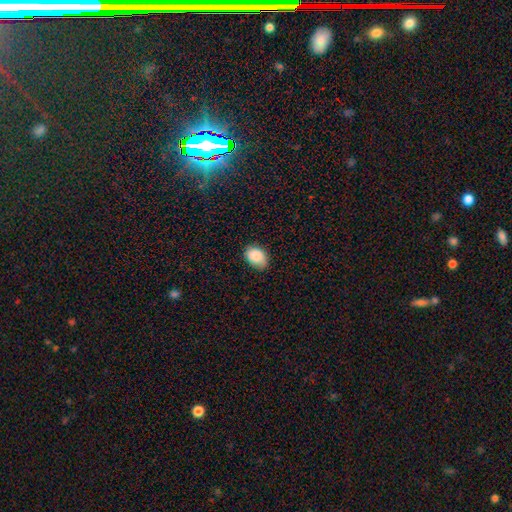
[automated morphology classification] This appears to be a smooth galaxy with no disk features (87%) that is in between round and cigar-shaped (82%). Merging: none (74%).